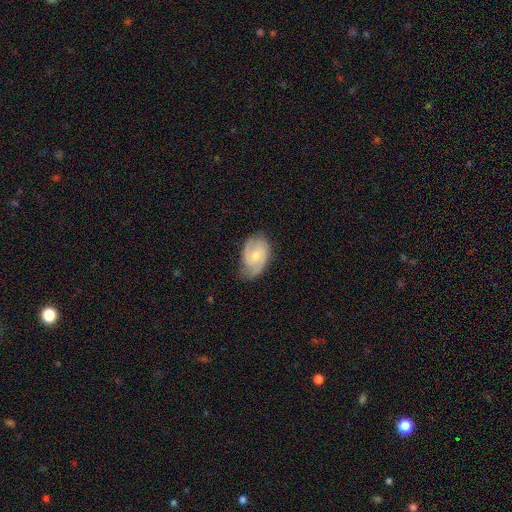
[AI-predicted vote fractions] smooth-or-featured: featured or disk: 68% | smooth: 26% | star or artifact: 6%
  disk-edge-on: no: 97% | yes: 3%
    bar: no: 58% | weak: 37% | strong: 5%
    has-spiral-arms: yes: 91% | no: 9%
      spiral-winding: medium: 46% | tight: 39% | loose: 15%
      spiral-arm-count: 2: 69% | can't tell: 15% | 3: 8% | 1: 5% | 4: 2% | more than 4: 2%
    bulge-size: moderate: 49% | small: 45% | none: 3% | large: 2% | dominant: 1%
  merging: none: 68% | minor disturbance: 24% | major disturbance: 6% | merger: 1%